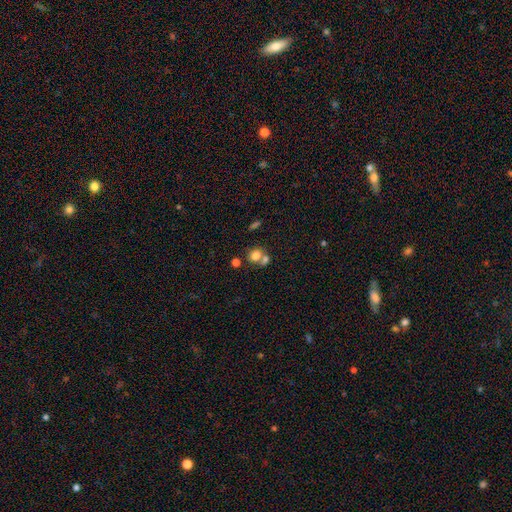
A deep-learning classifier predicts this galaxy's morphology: type=smooth (76%); roundness=round (64%); merging=merger (45%).